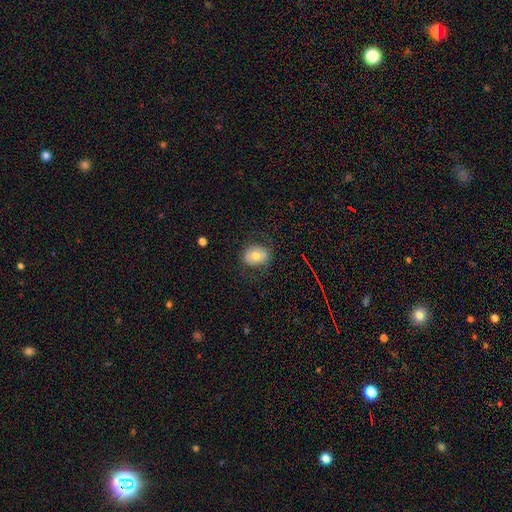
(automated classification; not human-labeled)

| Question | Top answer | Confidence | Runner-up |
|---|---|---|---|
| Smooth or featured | smooth | 67% | featured or disk (24%) |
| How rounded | in between | 54% | round (45%) |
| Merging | none | 75% | minor disturbance (16%) |